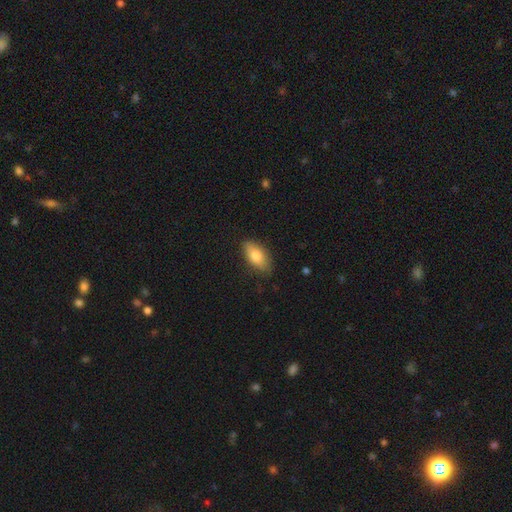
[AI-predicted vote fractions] Morphology: type=smooth (77%); roundness=in between (88%); merging=none (82%).